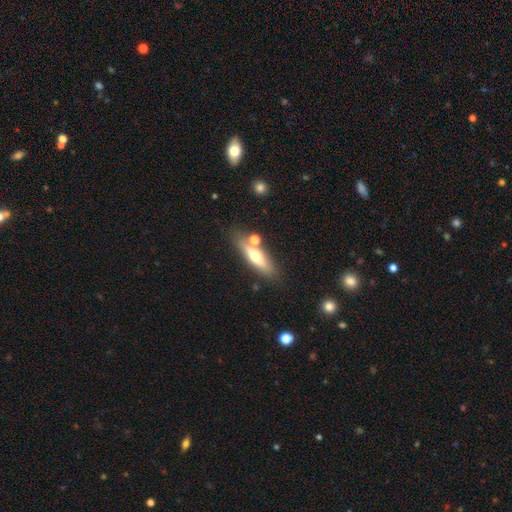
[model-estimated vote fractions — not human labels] A smooth galaxy with no disk features (51%) that is cigar-shaped (61%).

Vote fractions:
- Smooth or featured? smooth: 51% / featured or disk: 42% / star or artifact: 8%
- How rounded? cigar-shaped: 61% / in between: 35% / round: 4%
- Merging? none: 71% / merger: 13% / minor disturbance: 12% / major disturbance: 4%